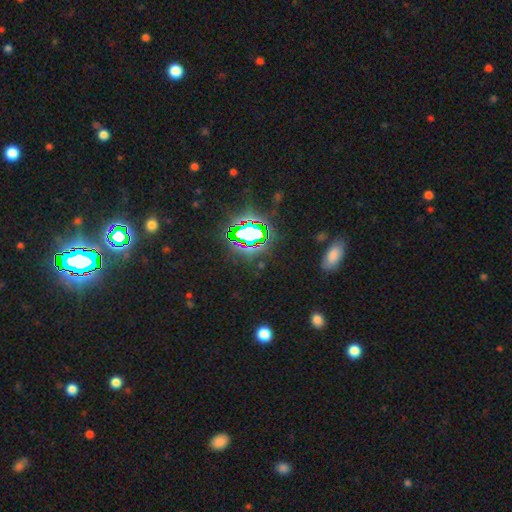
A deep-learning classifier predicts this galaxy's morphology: Smooth or featured?
  - star or artifact: 73% *
  - smooth: 17%
  - featured or disk: 10%